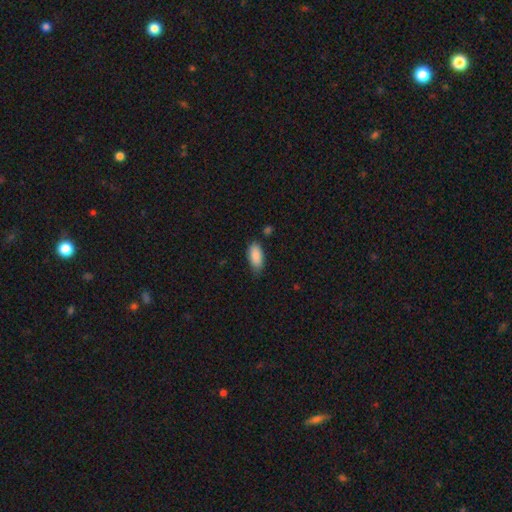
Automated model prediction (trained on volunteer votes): Overall: smooth (89%). How rounded: in between (88%). Merging: none (72%).